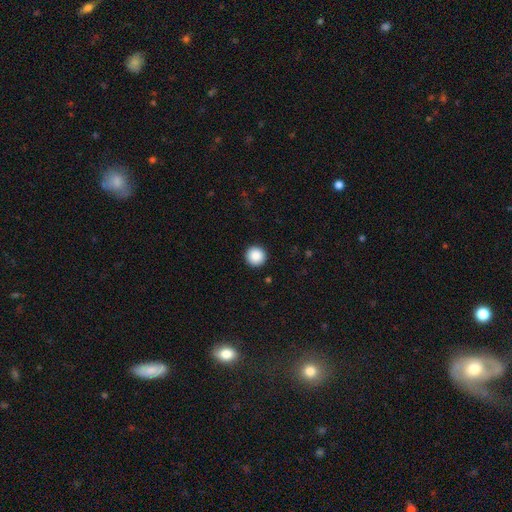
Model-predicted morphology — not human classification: Smooth or featured?
  - smooth: 89% *
  - star or artifact: 8%
  - featured or disk: 3%
How rounded?
  - round: 96% *
  - in between: 3%
  - cigar-shaped: 1%
Merging?
  - none: 93% *
  - minor disturbance: 4%
  - major disturbance: 2%
  - merger: 1%